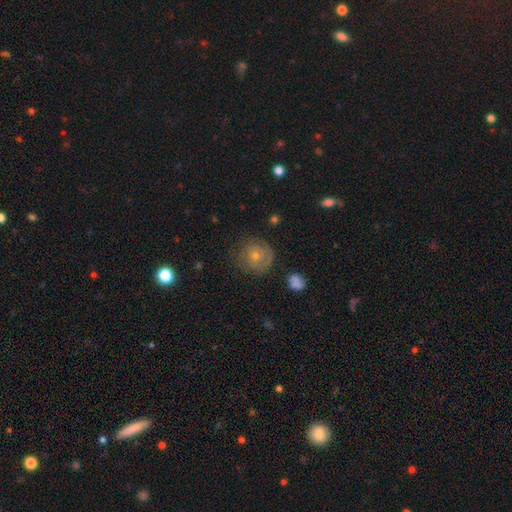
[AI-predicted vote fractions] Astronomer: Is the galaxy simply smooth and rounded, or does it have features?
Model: featured or disk — 45% (runner-up: smooth, 41%).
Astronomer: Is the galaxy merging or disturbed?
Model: none — 78%.